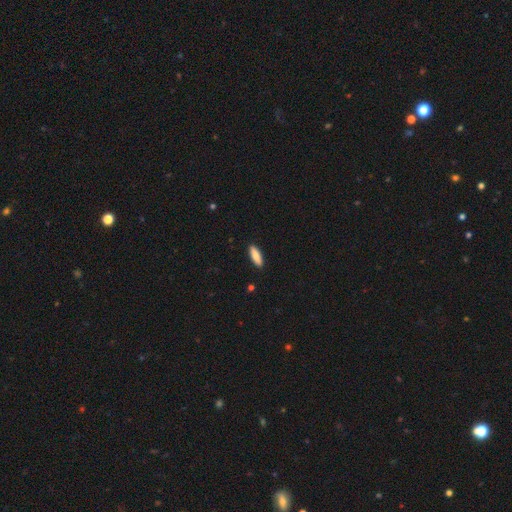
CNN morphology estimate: smooth 87%, featured or disk 8%, star or artifact 6%. Down the decision tree: how rounded — cigar-shaped (50%); merging — none (90%).